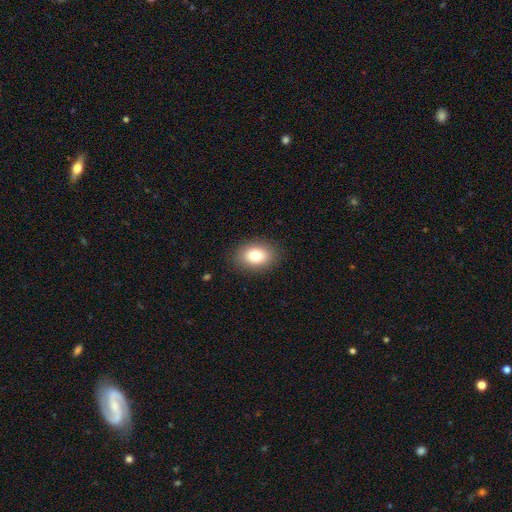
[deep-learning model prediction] The model was most divided on "how rounded": in between: 78%, round: 21%, cigar-shaped: 1%. More confident: merging — none (87%); smooth or featured — smooth (80%).